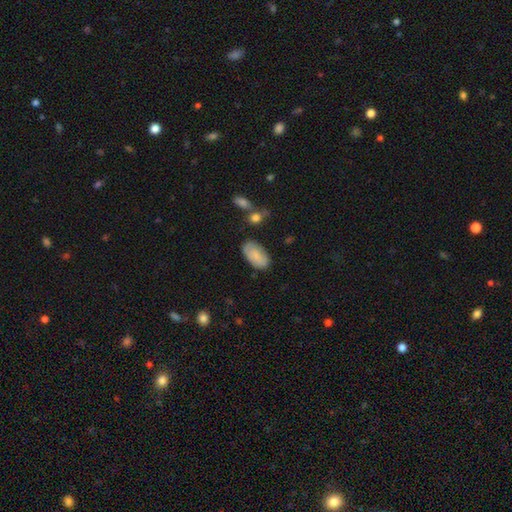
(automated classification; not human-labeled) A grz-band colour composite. It shows a smooth galaxy with no disk features (82%) that is in between round and cigar-shaped (95%). Merging: none (76%).